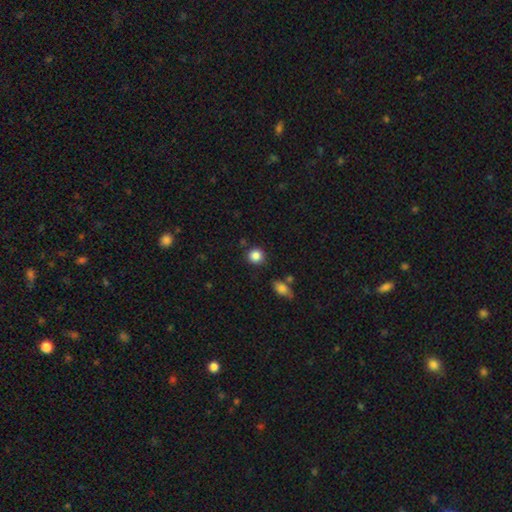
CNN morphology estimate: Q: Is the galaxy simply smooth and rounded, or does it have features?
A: smooth — 86%.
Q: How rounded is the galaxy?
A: round — 90%.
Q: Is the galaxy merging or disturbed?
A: none — 85%.